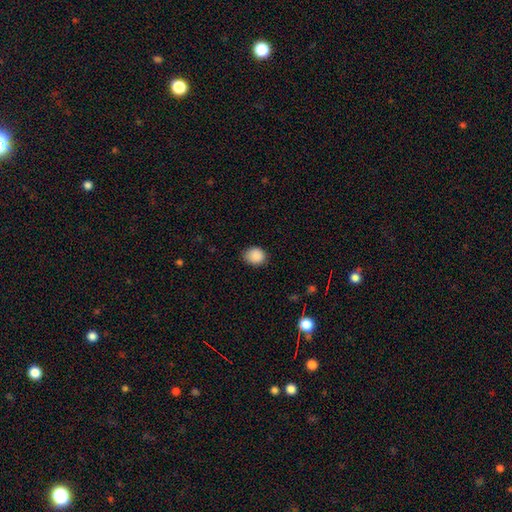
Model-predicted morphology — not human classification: Q: Smooth or featured?
A: smooth (89%); runner-up: star or artifact (8%)
Q: How rounded?
A: round (63%); runner-up: in between (36%)
Q: Merging?
A: none (81%); runner-up: minor disturbance (15%)